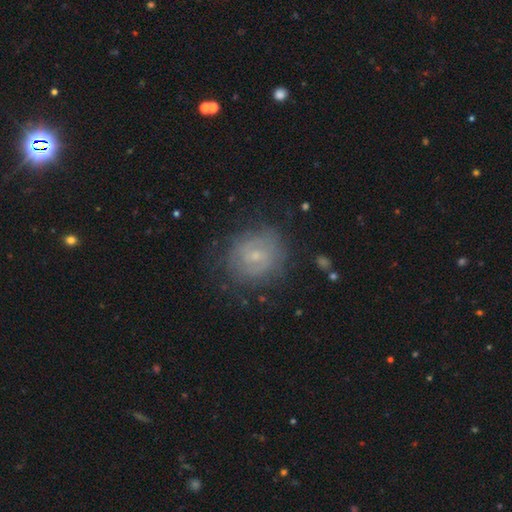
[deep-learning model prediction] This appears to be a featured or disk galaxy (57%) with a weak bar (47%), spiral arms (75%) and a small central bulge (66%). Merging: none (74%).